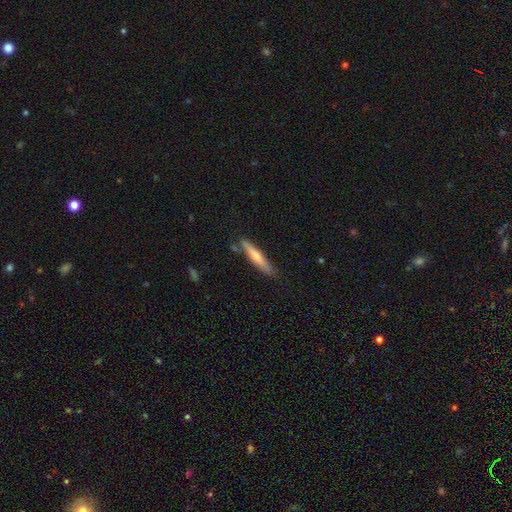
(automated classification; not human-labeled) Smooth or featured? featured or disk (50%)
Merging? none (82%)